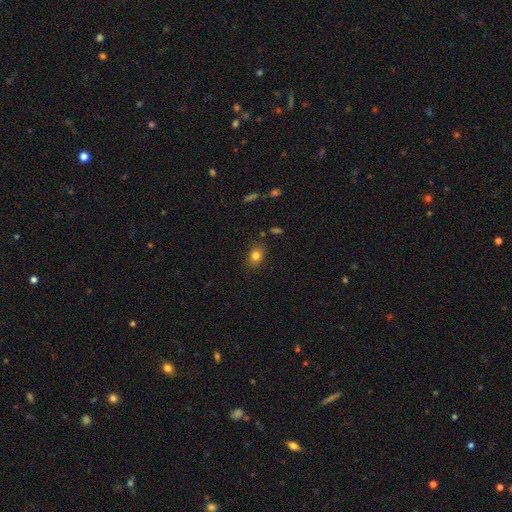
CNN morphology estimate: type=smooth (81%); roundness=in between (63%); merging=none (83%).